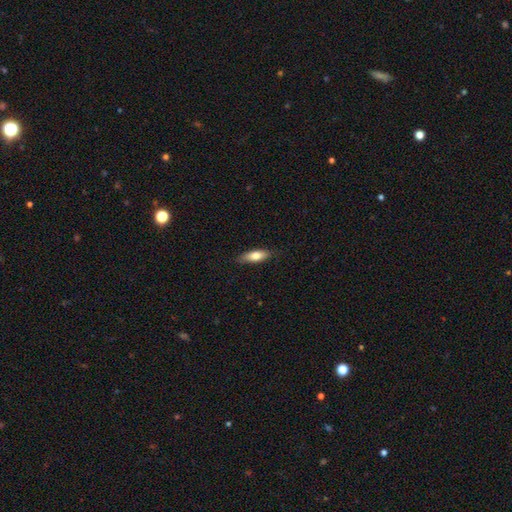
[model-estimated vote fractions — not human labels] smooth-or-featured: smooth: 73% | featured or disk: 21% | star or artifact: 6%
  how-rounded: in between: 59% | cigar-shaped: 39% | round: 2%
  merging: none: 84% | minor disturbance: 13% | major disturbance: 2% | merger: 1%